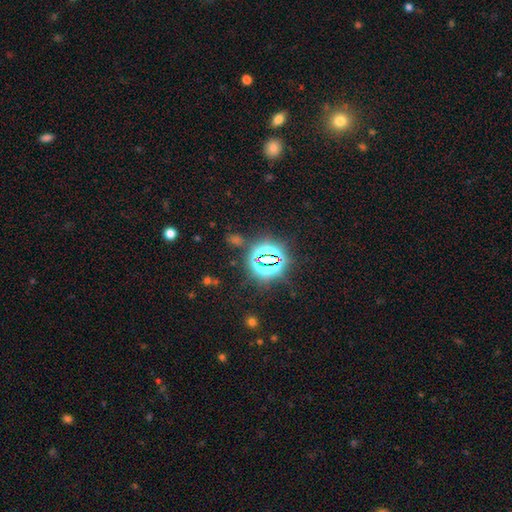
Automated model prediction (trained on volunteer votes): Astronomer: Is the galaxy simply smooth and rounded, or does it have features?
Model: star or artifact — 80%.